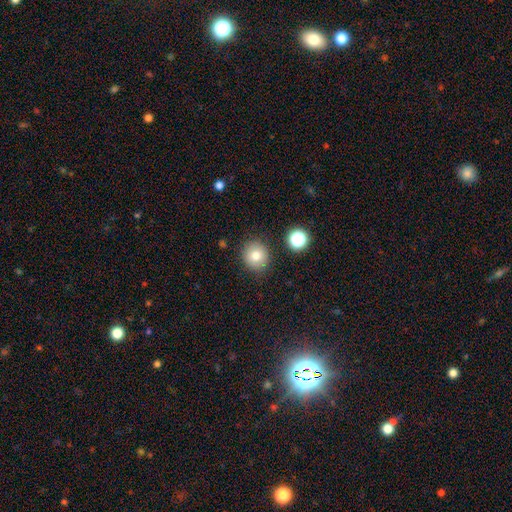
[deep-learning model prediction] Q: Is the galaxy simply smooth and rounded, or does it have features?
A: smooth — 78%.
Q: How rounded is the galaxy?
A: round — 87%.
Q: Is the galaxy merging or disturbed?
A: none — 86%.